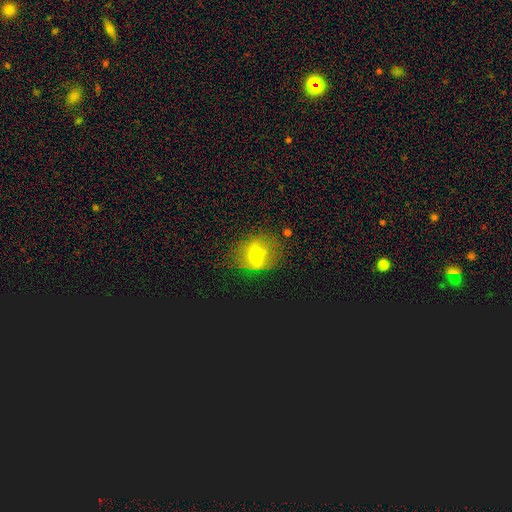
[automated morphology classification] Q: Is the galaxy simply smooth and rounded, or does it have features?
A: featured or disk — 42%.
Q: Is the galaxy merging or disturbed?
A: none — 57%.